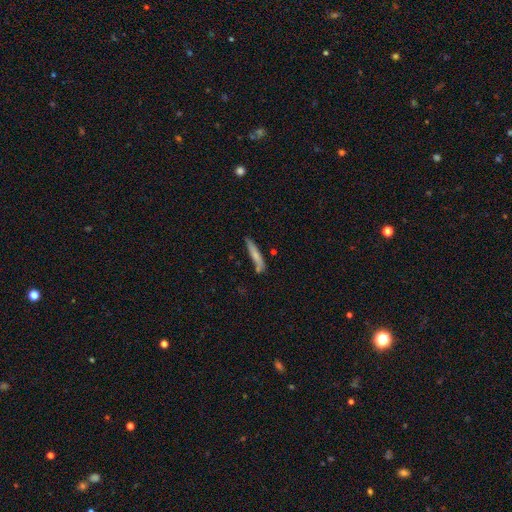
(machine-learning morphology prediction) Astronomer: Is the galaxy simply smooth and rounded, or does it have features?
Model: smooth — 70%.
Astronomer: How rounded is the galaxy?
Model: cigar-shaped — 91%.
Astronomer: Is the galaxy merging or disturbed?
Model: none — 70%.